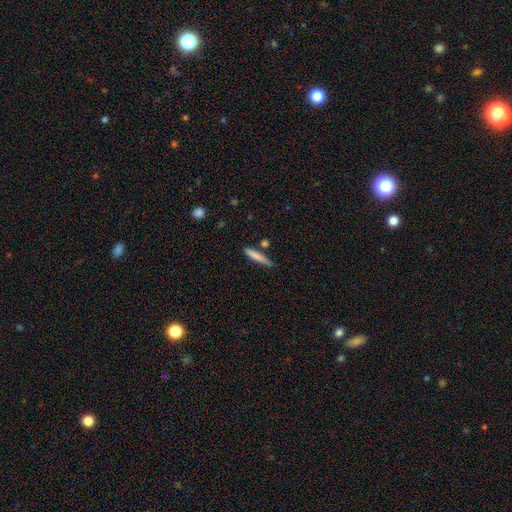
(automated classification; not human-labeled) Q: Smooth or featured?
A: smooth (78%); runner-up: featured or disk (15%)
Q: How rounded?
A: cigar-shaped (92%); runner-up: in between (7%)
Q: Merging?
A: none (76%); runner-up: minor disturbance (15%)